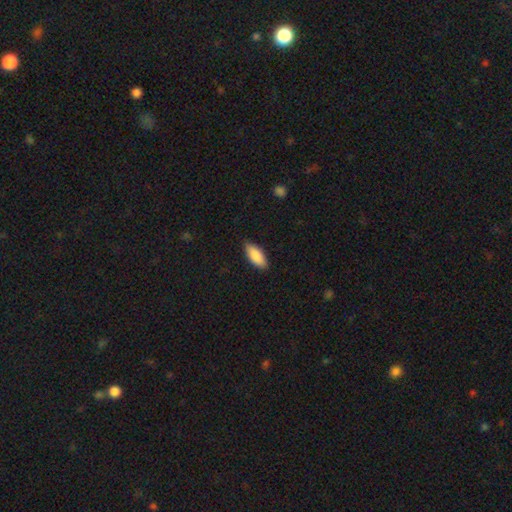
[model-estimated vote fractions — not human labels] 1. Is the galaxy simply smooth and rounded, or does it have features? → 88% smooth, 6% featured or disk, 6% star or artifact.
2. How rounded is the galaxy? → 83% in between, 15% cigar-shaped, 2% round.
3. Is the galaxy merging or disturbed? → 86% none, 11% minor disturbance, 2% major disturbance, 1% merger.